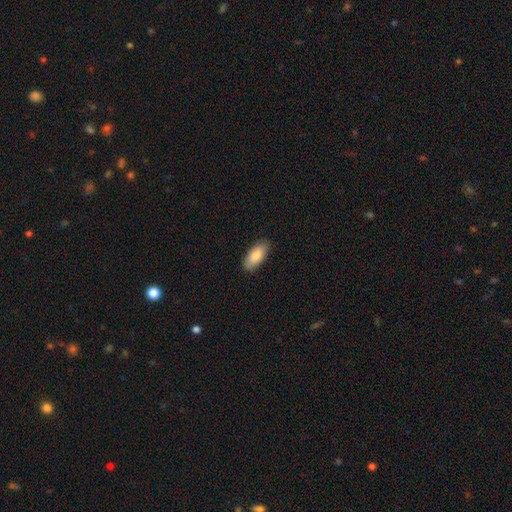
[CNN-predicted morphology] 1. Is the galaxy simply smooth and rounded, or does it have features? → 85% smooth, 10% featured or disk, 6% star or artifact.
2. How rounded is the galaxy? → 86% in between, 12% cigar-shaped, 2% round.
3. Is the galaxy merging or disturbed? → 87% none, 10% minor disturbance, 2% major disturbance, 1% merger.